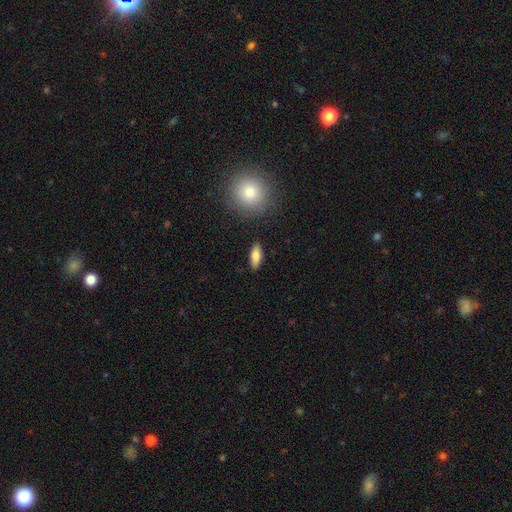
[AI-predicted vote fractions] Smooth or featured?
  - smooth: 79% *
  - featured or disk: 14%
  - star or artifact: 7%
How rounded?
  - in between: 75% *
  - cigar-shaped: 22%
  - round: 3%
Merging?
  - none: 88% *
  - minor disturbance: 9%
  - major disturbance: 2%
  - merger: 2%